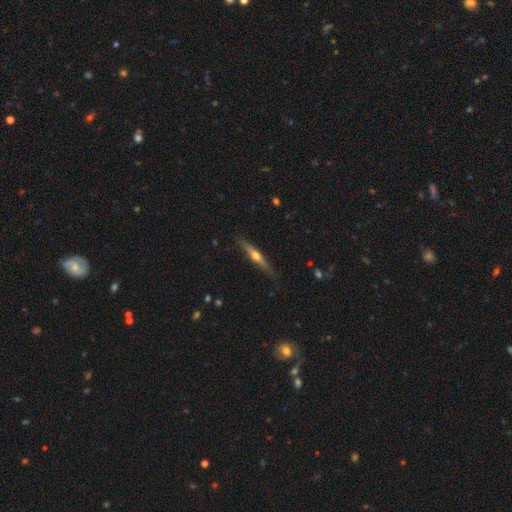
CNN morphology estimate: A featured or disk galaxy (64%) viewed edge-on (96%) with a rounded central bulge (89%).

Vote fractions:
- Smooth or featured? featured or disk: 64% / smooth: 31% / star or artifact: 6%
- Edge-on disk? yes: 96% / no: 4%
- Edge-on bulge? rounded: 89% / none: 7% / boxy: 3%
- Merging? none: 86% / minor disturbance: 11% / major disturbance: 2% / merger: 1%